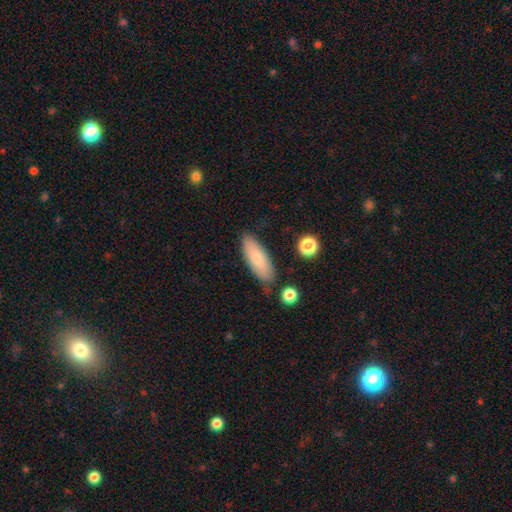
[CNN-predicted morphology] Smooth or featured: smooth — 76% (featured or disk — 17%)
How rounded: in between — 61% (cigar-shaped — 37%)
Merging: none — 81% (minor disturbance — 13%)